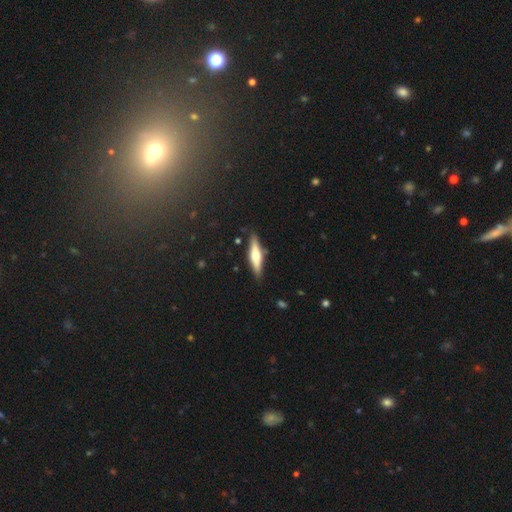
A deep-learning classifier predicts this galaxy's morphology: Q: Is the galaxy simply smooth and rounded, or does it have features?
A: featured or disk — 50%.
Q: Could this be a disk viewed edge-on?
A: yes — 93%.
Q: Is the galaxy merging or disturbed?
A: none — 86%.